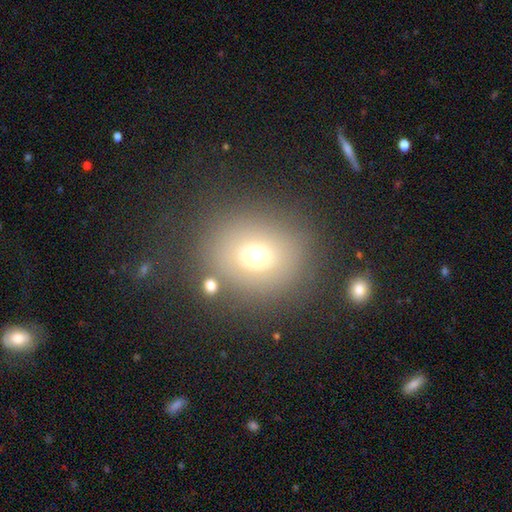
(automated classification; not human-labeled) smooth_or_featured: smooth (p=0.67) [alt: star or artifact p=0.18]
how_rounded: round (p=0.75) [alt: in between p=0.24]
merging: none (p=0.80) [alt: minor disturbance p=0.10]